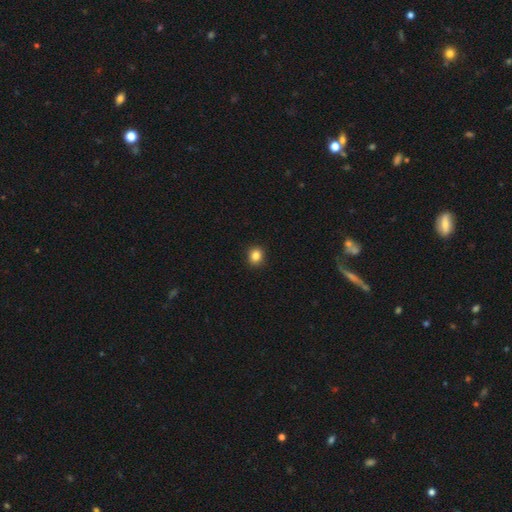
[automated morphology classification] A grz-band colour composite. It shows a smooth galaxy with no disk features (85%) that is round (77%). Merging: none (91%).